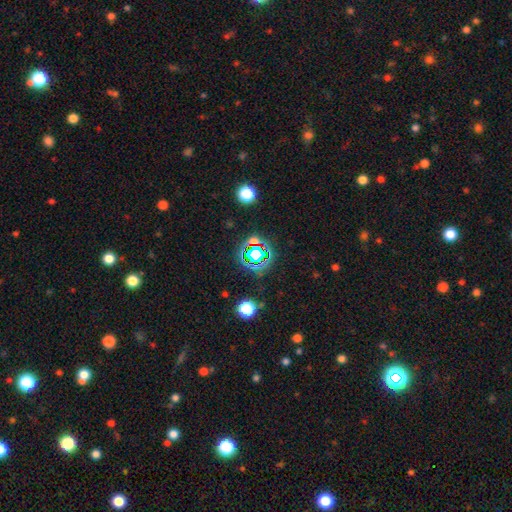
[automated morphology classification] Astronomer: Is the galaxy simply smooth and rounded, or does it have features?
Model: star or artifact — 68%.